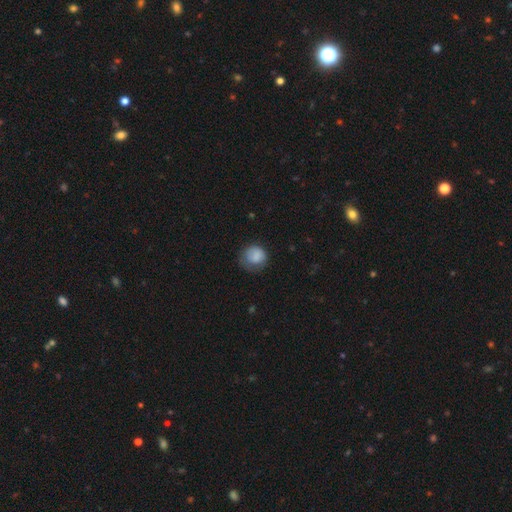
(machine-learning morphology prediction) Smooth or featured? Predicted: smooth (p=0.81). How rounded? Predicted: round (p=0.79). Merging? Predicted: none (p=0.51).